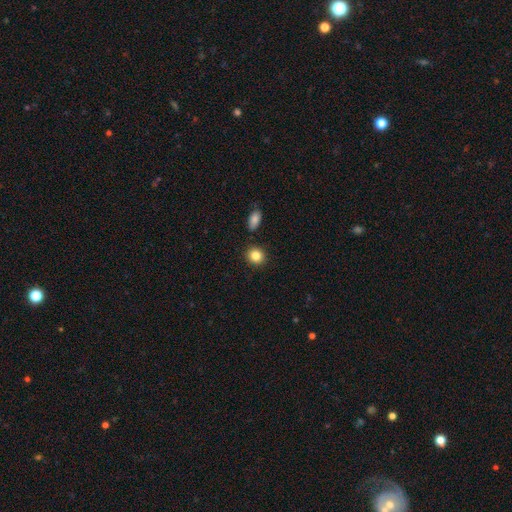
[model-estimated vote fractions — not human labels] Morphology: type=smooth (85%); roundness=round (80%); merging=none (87%).